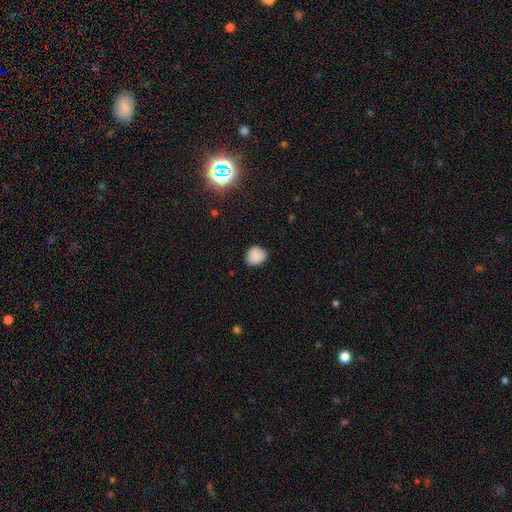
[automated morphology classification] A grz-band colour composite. It shows a smooth galaxy with no disk features (86%) that is round (66%). Merging: none (80%).